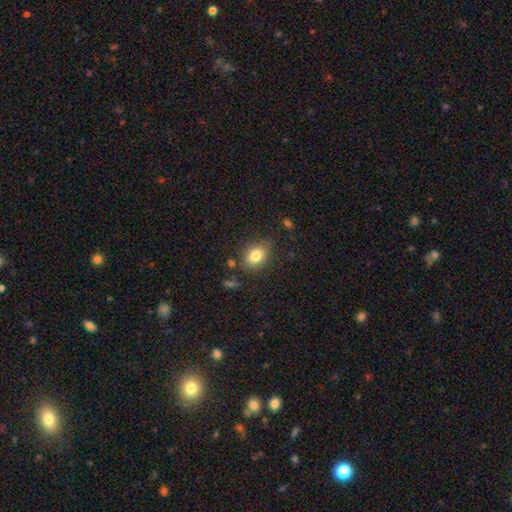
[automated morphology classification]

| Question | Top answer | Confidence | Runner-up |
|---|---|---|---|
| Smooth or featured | smooth | 82% | star or artifact (10%) |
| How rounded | in between | 57% | round (42%) |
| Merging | none | 78% | minor disturbance (15%) |